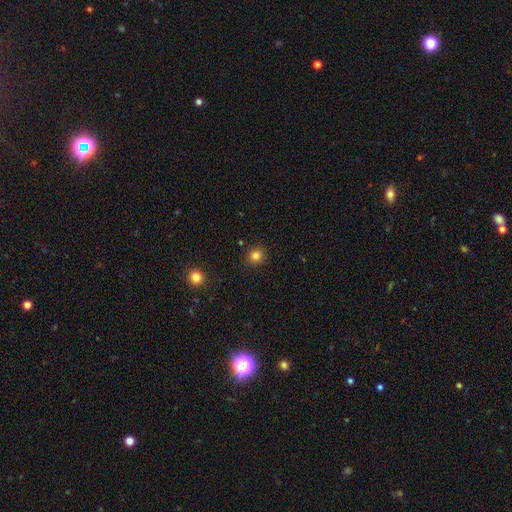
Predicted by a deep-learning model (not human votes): smooth_or_featured: smooth (p=0.83) [alt: star or artifact p=0.13]
how_rounded: round (p=0.85) [alt: in between p=0.14]
merging: none (p=0.90) [alt: minor disturbance p=0.07]